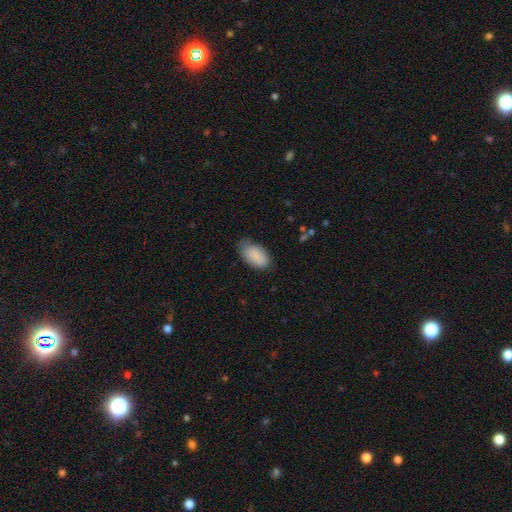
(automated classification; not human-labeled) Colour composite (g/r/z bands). It shows a smooth galaxy with no disk features (85%) that is in between round and cigar-shaped (94%). Merging: none (65%).